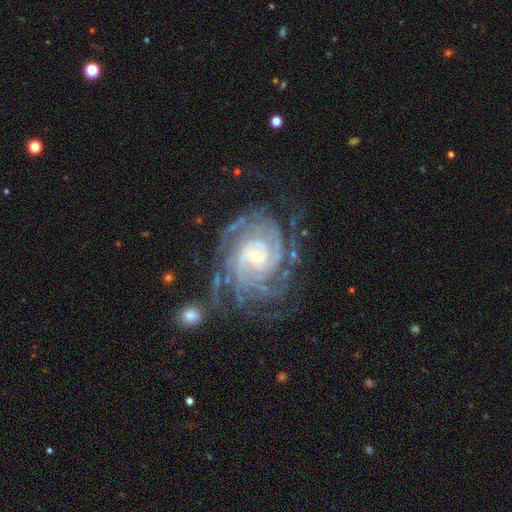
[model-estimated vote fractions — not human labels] Smooth or featured? Predicted: featured or disk (p=0.92). Edge-on disk? Predicted: no (p=0.98). Bar? Predicted: no (p=0.66). Spiral arms? Predicted: yes (p=0.98). Spiral winding? Predicted: tight (p=0.76). Spiral arm count? Predicted: 4 (p=0.25). Bulge size? Predicted: small (p=0.73). Merging? Predicted: none (p=0.70).